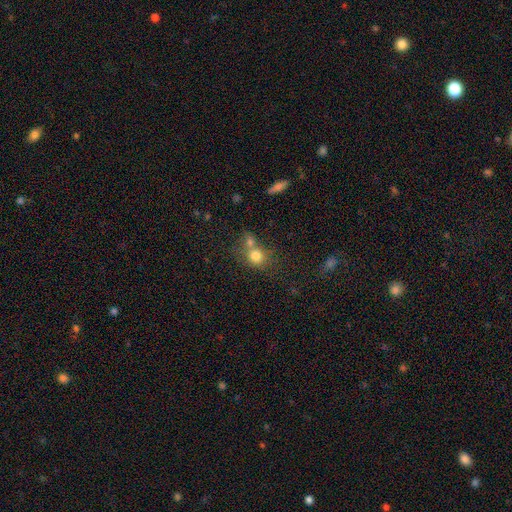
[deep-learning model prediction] Overall: smooth (77%). How rounded: round (76%). Merging: merger (46%; none 40%).